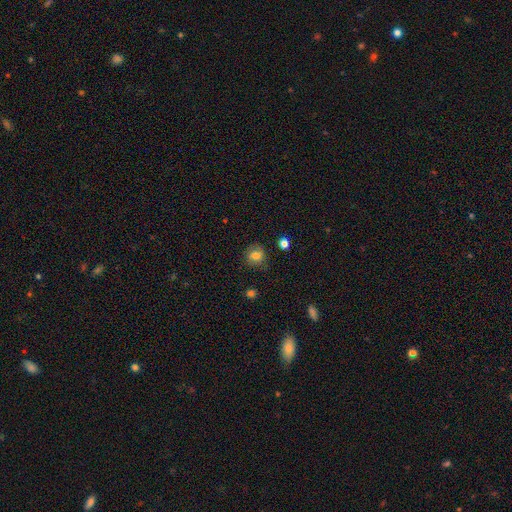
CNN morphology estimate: The model was most divided on "how rounded": round: 79%, in between: 20%, cigar-shaped: 1%. More confident: merging — none (79%); smooth or featured — smooth (79%).